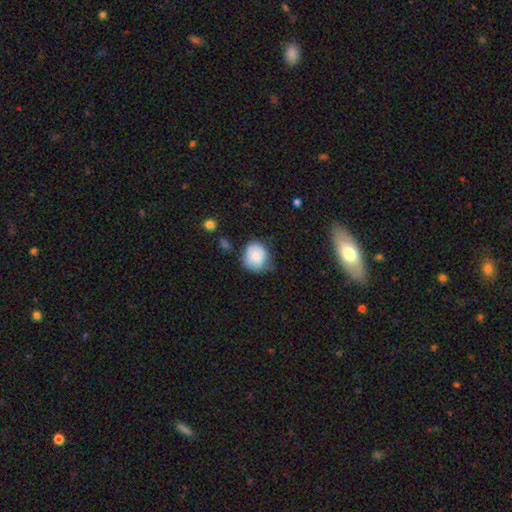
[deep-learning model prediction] This is likely a smooth galaxy (77%). How rounded: likely round (74%). Merging: possibly none (54%).